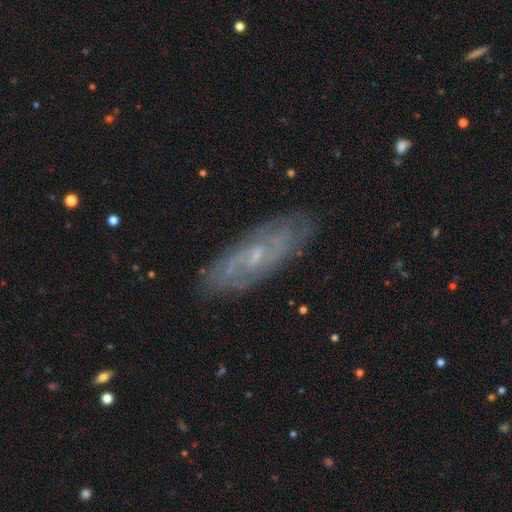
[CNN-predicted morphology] Overall: featured or disk (69%). Edge-on disk: no (80%). Bar: no (54%; weak 39%). Spiral arms: yes (79%). Bulge size: small (71%). Merging: none (84%).